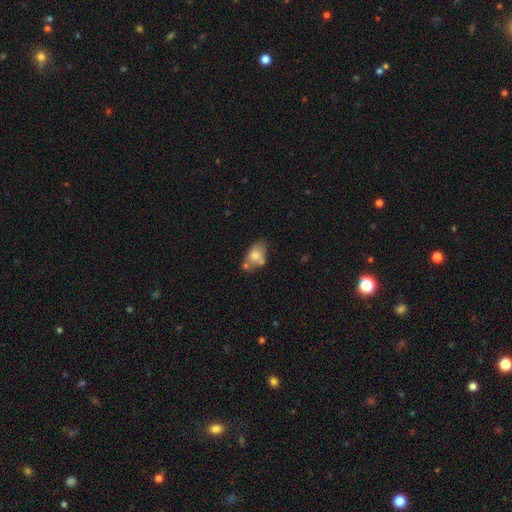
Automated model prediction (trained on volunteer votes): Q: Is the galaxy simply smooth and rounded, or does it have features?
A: smooth — 71%.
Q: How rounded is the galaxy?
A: in between — 82%.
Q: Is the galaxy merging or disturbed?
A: none — 46%.